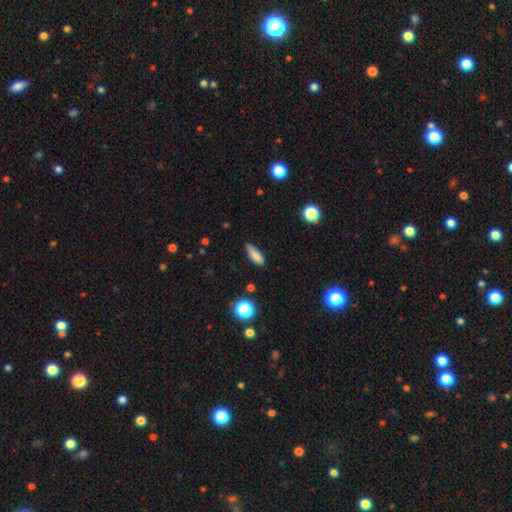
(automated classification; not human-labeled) This is clearly a smooth galaxy (82%). How rounded: possibly in between (58%). Merging: likely none (72%).